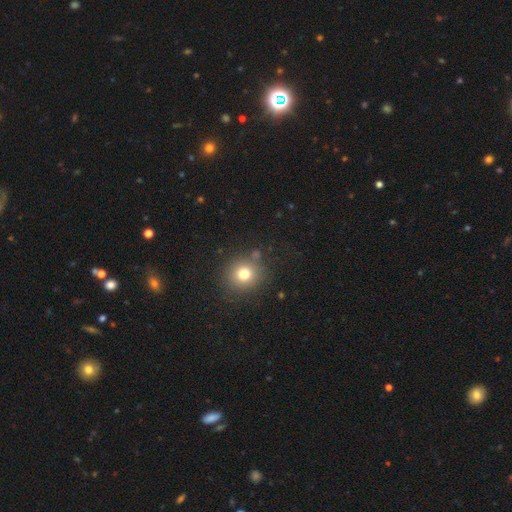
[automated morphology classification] Smooth or featured? smooth (71%)
How rounded? round (89%)
Merging? none (83%)